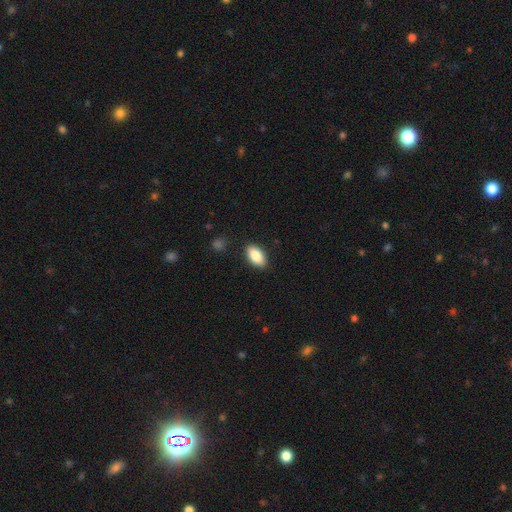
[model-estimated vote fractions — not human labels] Smooth or featured? smooth (84%)
How rounded? in between (92%)
Merging? none (88%)